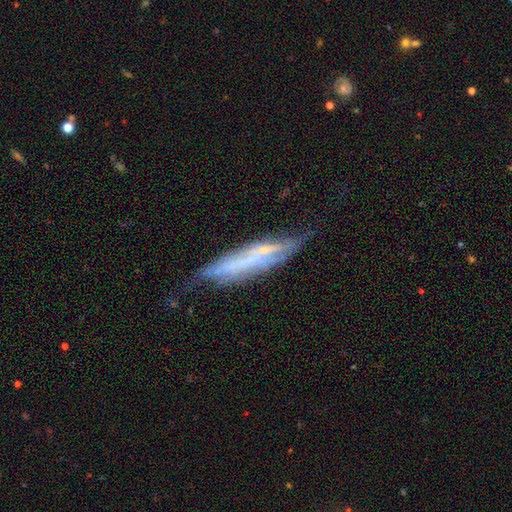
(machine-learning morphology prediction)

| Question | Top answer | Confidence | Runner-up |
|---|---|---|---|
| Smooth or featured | featured or disk | 61% | smooth (29%) |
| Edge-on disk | yes | 66% | no (34%) |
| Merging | none | 54% | minor disturbance (30%) |